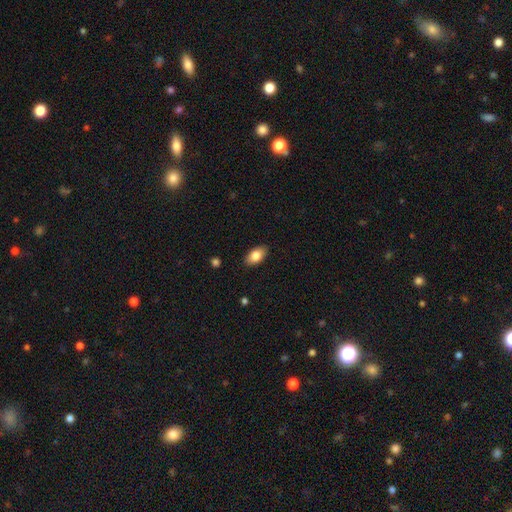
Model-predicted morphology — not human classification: smooth 83%, featured or disk 10%, star or artifact 7%. Down the decision tree: how rounded — in between (92%); merging — none (88%).